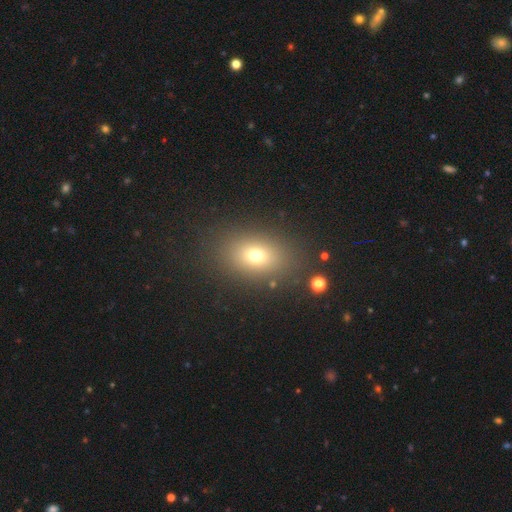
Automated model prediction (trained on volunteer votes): Smooth or featured: smooth — 71% (star or artifact — 16%)
How rounded: in between — 71% (round — 27%)
Merging: none — 85% (minor disturbance — 9%)